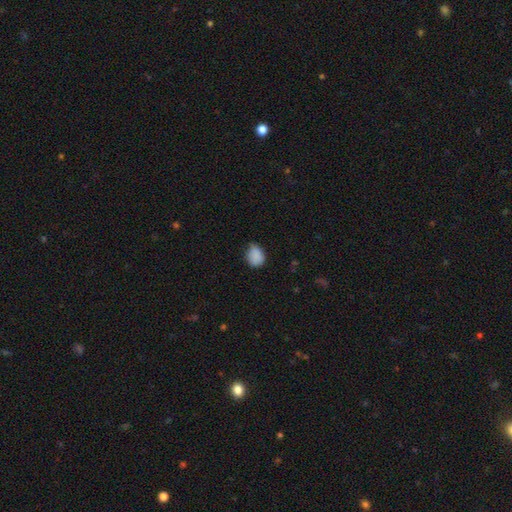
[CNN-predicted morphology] Smooth or featured: smooth — 85% (star or artifact — 9%)
How rounded: in between — 56% (round — 43%)
Merging: none — 55% (minor disturbance — 37%)